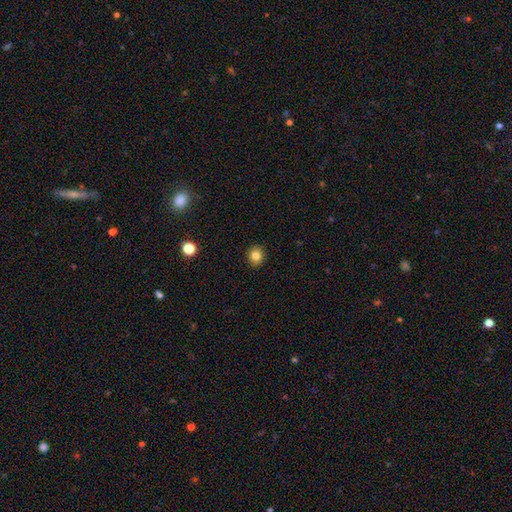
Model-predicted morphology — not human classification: Smooth or featured: smooth — 82% (star or artifact — 12%)
How rounded: round — 78% (in between — 21%)
Merging: none — 91% (minor disturbance — 6%)